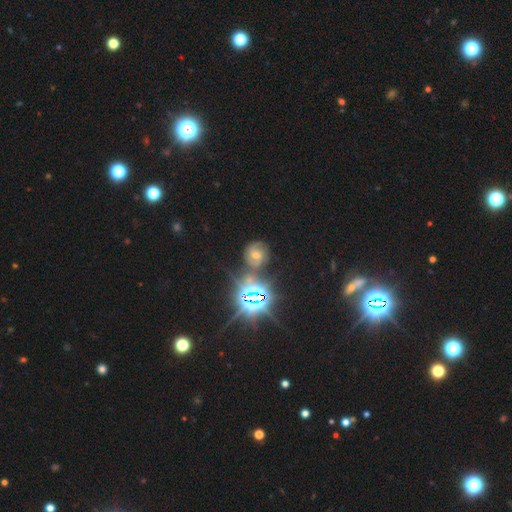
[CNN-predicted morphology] A star or artifact, not a galaxy (52%).

Vote fractions:
- Smooth or featured? star or artifact: 52% / featured or disk: 31% / smooth: 17%